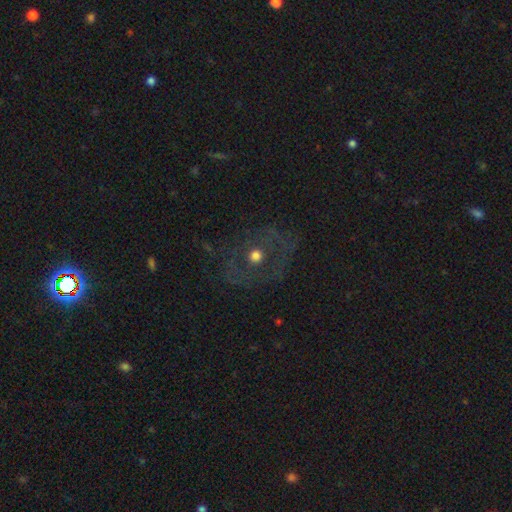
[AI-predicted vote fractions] Morphology: type=featured or disk (47%); merging=none (73%).